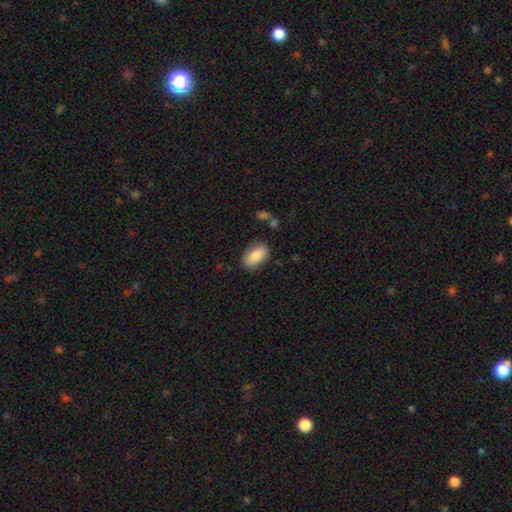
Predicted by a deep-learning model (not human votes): smooth-or-featured: smooth: 83% | featured or disk: 10% | star or artifact: 7%
  how-rounded: in between: 91% | round: 5% | cigar-shaped: 4%
  merging: none: 81% | minor disturbance: 13% | major disturbance: 3% | merger: 2%